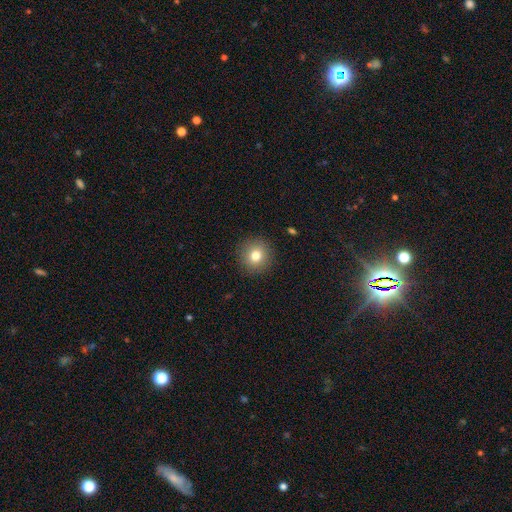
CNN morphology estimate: A smooth galaxy with no disk features (80%) that is round (92%). Merging: none (91%).